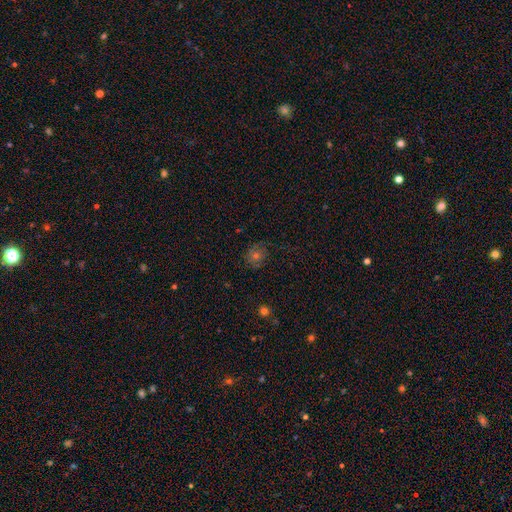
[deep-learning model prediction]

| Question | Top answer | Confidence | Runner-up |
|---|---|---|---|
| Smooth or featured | smooth | 47% | featured or disk (29%) |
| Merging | none | 73% | minor disturbance (17%) |